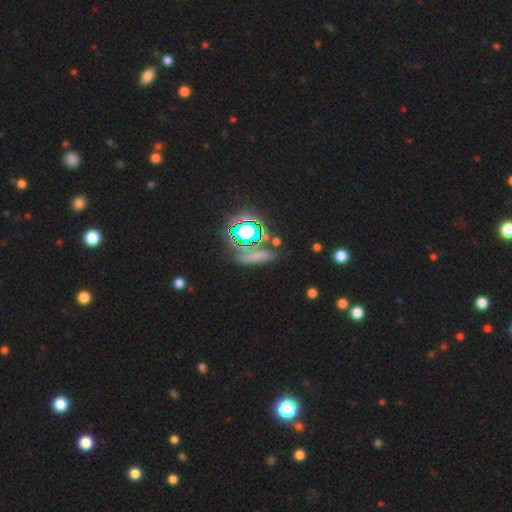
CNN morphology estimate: Smooth or featured? Predicted: star or artifact (p=0.45).